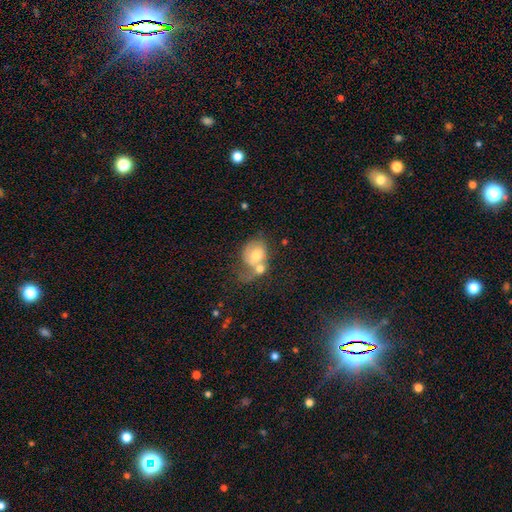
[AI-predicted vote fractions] smooth-or-featured: smooth: 51% | featured or disk: 42% | star or artifact: 8%
  how-rounded: round: 55% | in between: 44% | cigar-shaped: 1%
  merging: merger: 54% | none: 18% | major disturbance: 16% | minor disturbance: 12%